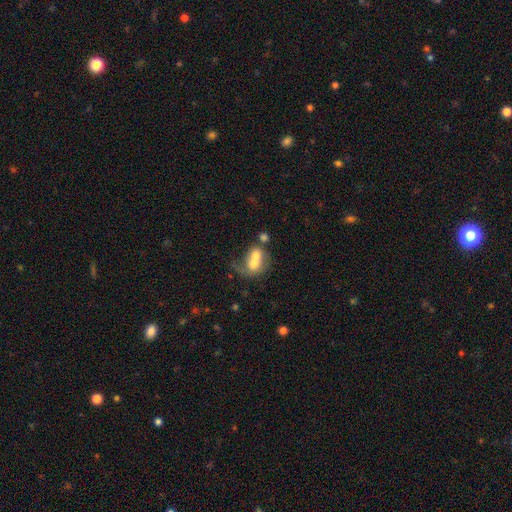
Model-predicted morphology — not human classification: A smooth galaxy with no disk features (60%) that is in between round and cigar-shaped (50%).

Vote fractions:
- Smooth or featured? smooth: 60% / featured or disk: 31% / star or artifact: 9%
- How rounded? in between: 50% / round: 48% / cigar-shaped: 1%
- Merging? merger: 72% / none: 14% / major disturbance: 8% / minor disturbance: 6%